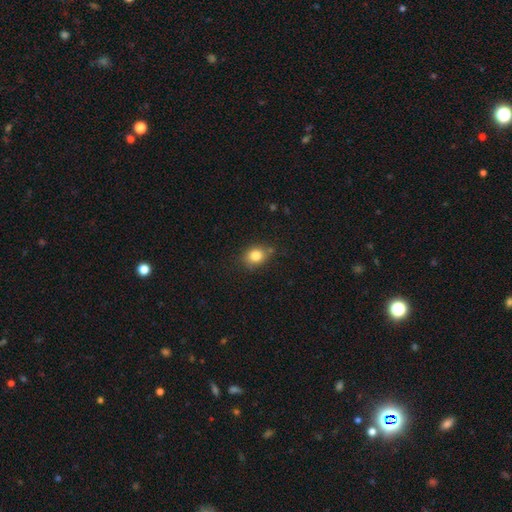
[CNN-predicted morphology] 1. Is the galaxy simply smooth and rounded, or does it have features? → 83% smooth, 10% star or artifact, 7% featured or disk.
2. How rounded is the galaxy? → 57% round, 42% in between, 1% cigar-shaped.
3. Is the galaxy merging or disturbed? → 76% none, 17% minor disturbance, 4% major disturbance, 4% merger.